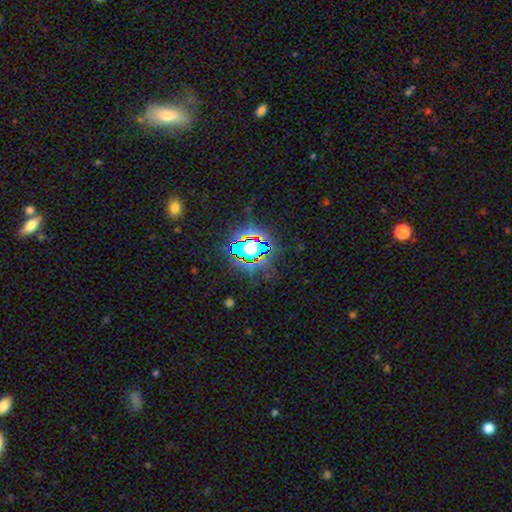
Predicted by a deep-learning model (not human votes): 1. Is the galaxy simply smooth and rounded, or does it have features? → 81% star or artifact, 11% smooth, 8% featured or disk.